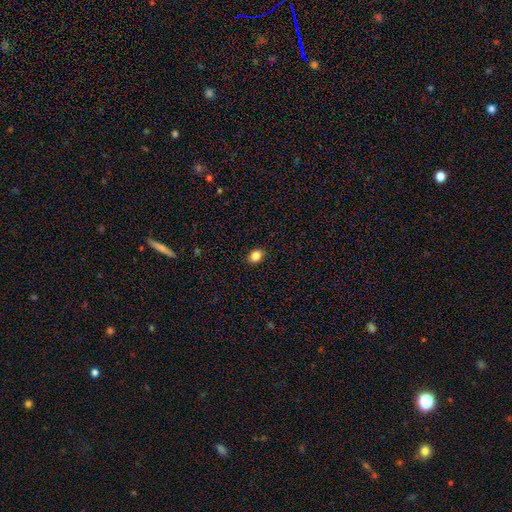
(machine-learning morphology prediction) This appears to be a smooth galaxy with no disk features (86%) that is in between round and cigar-shaped (57%). Merging: none (90%).